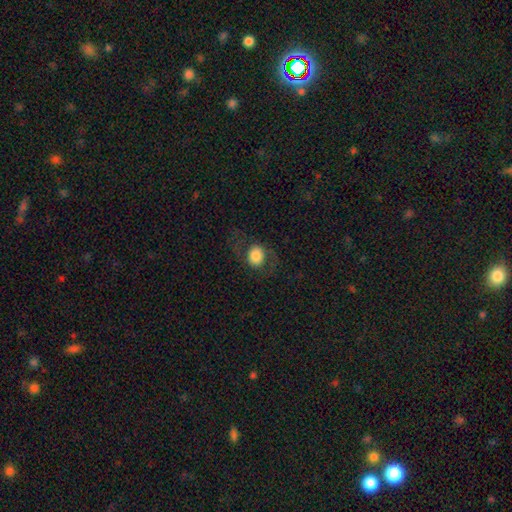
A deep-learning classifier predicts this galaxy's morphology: type=smooth (66%); roundness=round (67%); merging=none (71%).